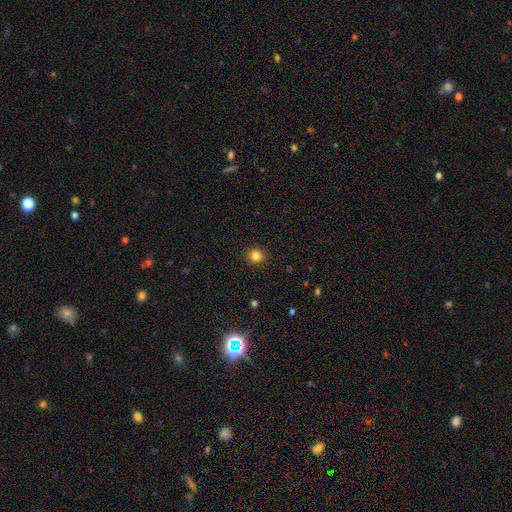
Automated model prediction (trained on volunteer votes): A smooth galaxy with no disk features (83%) that is round (91%). Merging: none (91%).